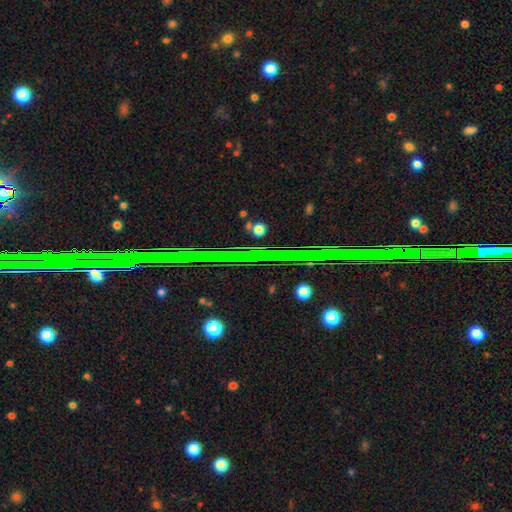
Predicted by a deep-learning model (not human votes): star or artifact 76%, featured or disk 14%, smooth 10%.